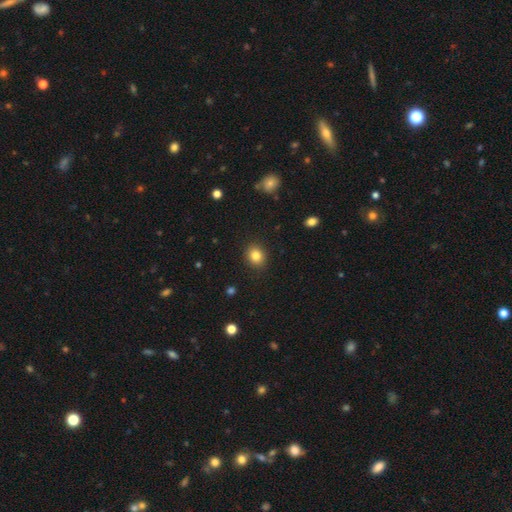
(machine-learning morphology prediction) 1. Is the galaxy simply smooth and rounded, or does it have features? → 84% smooth, 10% star or artifact, 6% featured or disk.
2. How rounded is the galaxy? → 64% round, 35% in between, 1% cigar-shaped.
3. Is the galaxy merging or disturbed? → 89% none, 7% minor disturbance, 2% major disturbance, 1% merger.